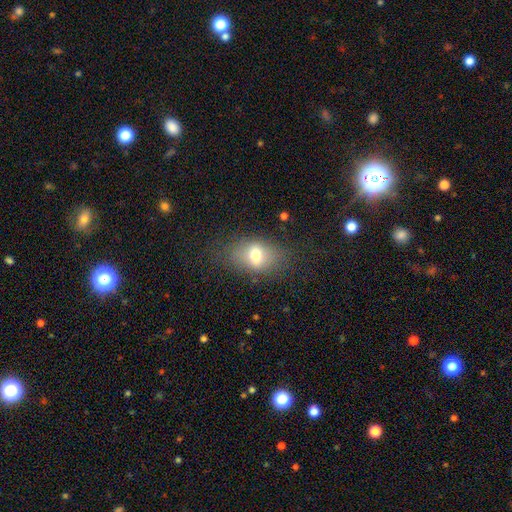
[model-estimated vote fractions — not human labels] The model was most divided on "smooth or featured": smooth: 67%, featured or disk: 22%, star or artifact: 11%. More confident: how rounded — in between (75%); merging — none (72%).